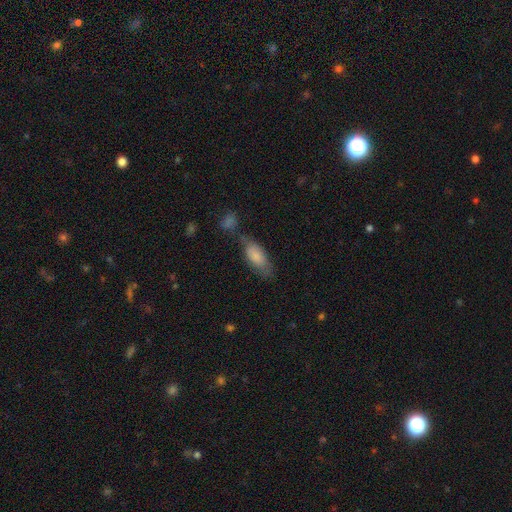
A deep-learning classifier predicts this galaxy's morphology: Overall: smooth (80%). How rounded: in between (82%). Merging: none (48%; minor disturbance 23%).